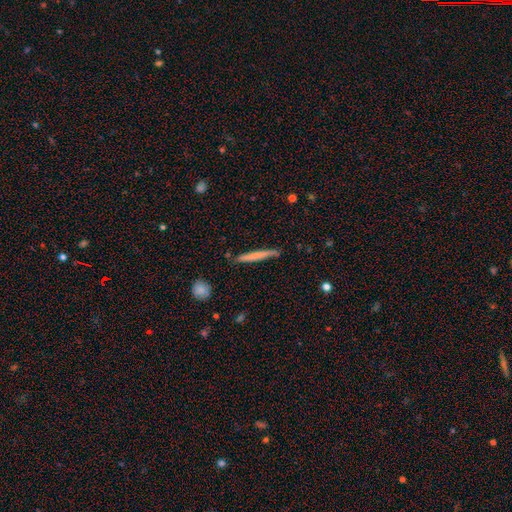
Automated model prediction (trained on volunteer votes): A smooth galaxy with no disk features (63%) that is cigar-shaped (96%).

Vote fractions:
- Smooth or featured? smooth: 63% / featured or disk: 31% / star or artifact: 6%
- How rounded? cigar-shaped: 96% / in between: 2% / round: 1%
- Merging? none: 86% / minor disturbance: 10% / major disturbance: 2% / merger: 2%